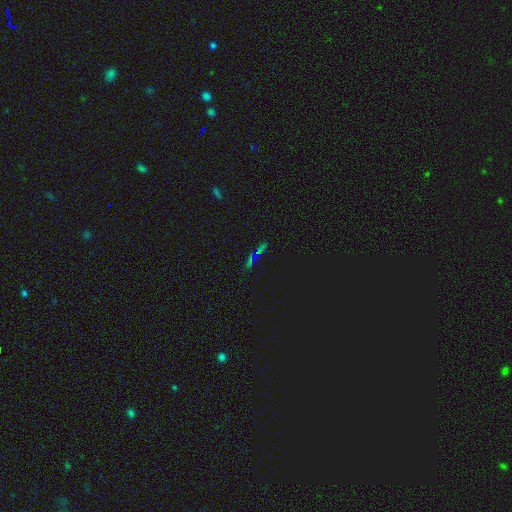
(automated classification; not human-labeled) Smooth or featured? Predicted: star or artifact (p=0.57).